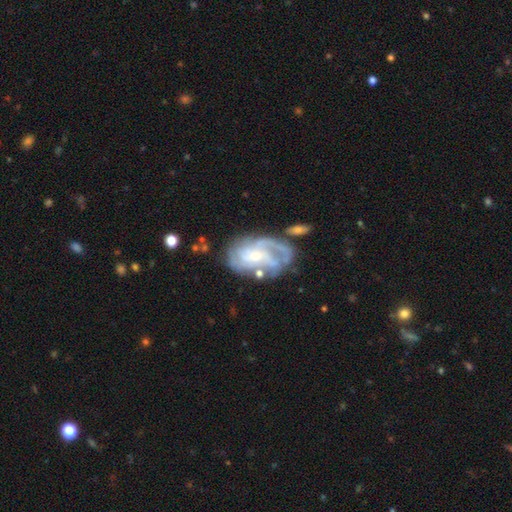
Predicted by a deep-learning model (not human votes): This appears to be a featured or disk galaxy (80%) with no bar (62%), tight (45%) spiral arms (87%) and a small central bulge (71%). Merging: none (48%).